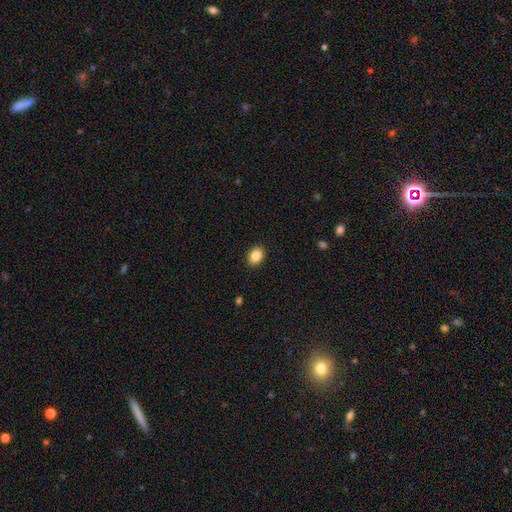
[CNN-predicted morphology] type=smooth (87%); roundness=in between (70%); merging=none (91%).